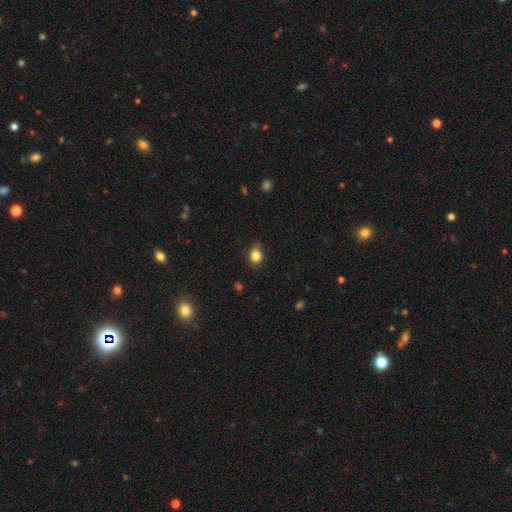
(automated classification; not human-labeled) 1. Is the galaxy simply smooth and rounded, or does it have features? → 84% smooth, 10% star or artifact, 6% featured or disk.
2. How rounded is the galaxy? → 52% round, 47% in between, 1% cigar-shaped.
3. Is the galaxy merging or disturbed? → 76% none, 20% minor disturbance, 4% major disturbance, 1% merger.